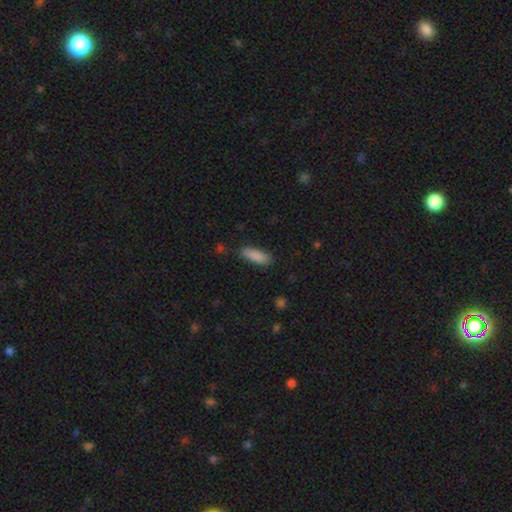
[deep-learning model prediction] Smooth or featured? Predicted: smooth (p=0.88). How rounded? Predicted: in between (p=0.60). Merging? Predicted: none (p=0.83).